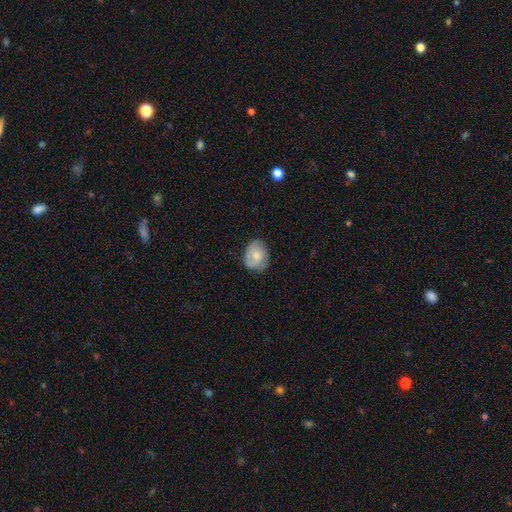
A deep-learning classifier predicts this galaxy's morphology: smooth-or-featured: smooth: 54% | featured or disk: 40% | star or artifact: 7%
  how-rounded: in between: 50% | round: 49% | cigar-shaped: 1%
  merging: none: 68% | minor disturbance: 25% | major disturbance: 6% | merger: 1%